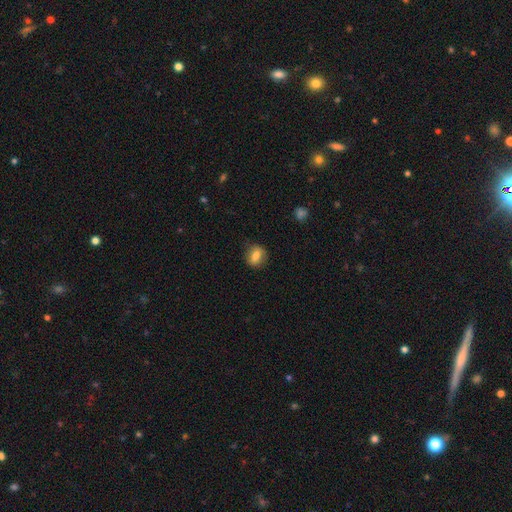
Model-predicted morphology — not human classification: Smooth or featured? smooth (76%)
How rounded? in between (53%)
Merging? none (79%)